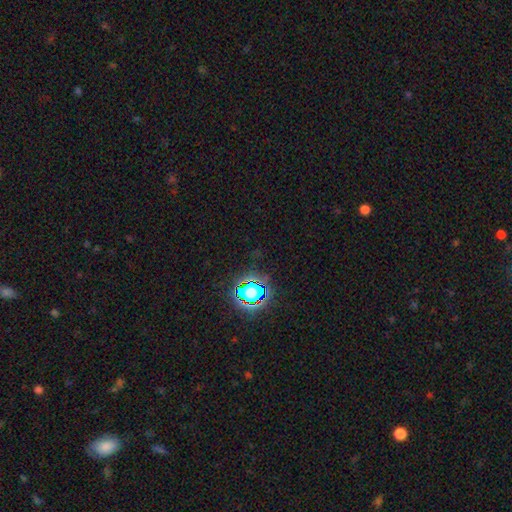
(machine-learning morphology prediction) Q: Smooth or featured?
A: star or artifact (76%); runner-up: smooth (15%)